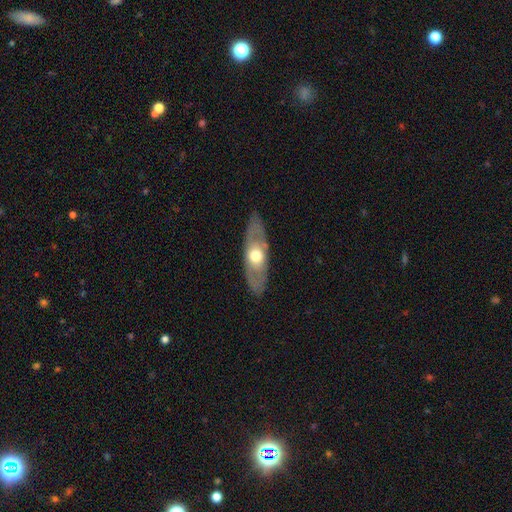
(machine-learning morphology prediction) Smooth or featured?
  - featured or disk: 53% *
  - smooth: 42%
  - star or artifact: 5%
Edge-on disk?
  - no: 67% *
  - yes: 33%
Merging?
  - none: 83% *
  - minor disturbance: 13%
  - major disturbance: 4%
  - merger: 1%